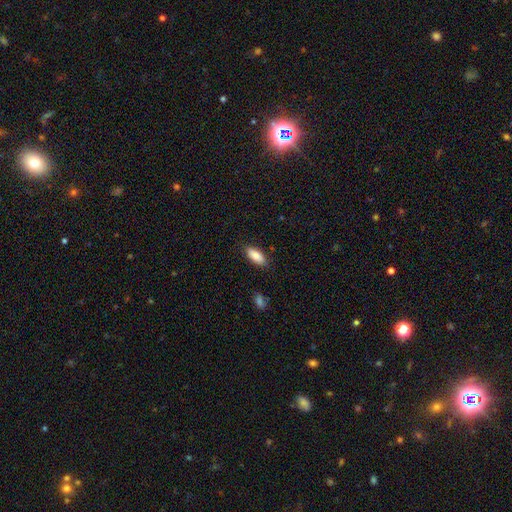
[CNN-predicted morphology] This appears to be a smooth galaxy with no disk features (85%) that is in between round and cigar-shaped (82%). Merging: none (85%).